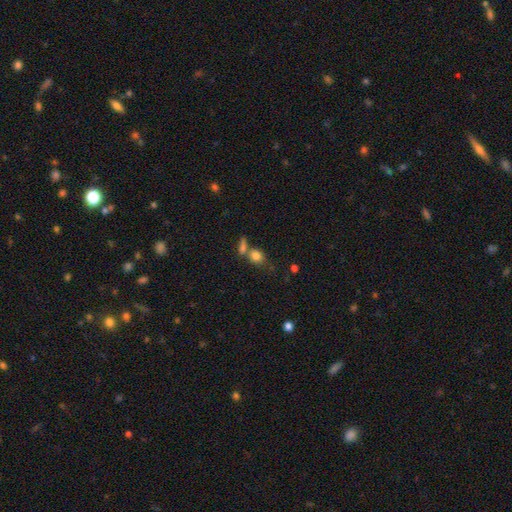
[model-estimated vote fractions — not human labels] This is clearly a smooth galaxy (81%). How rounded: possibly round (59%). Merging: possibly none (47%).